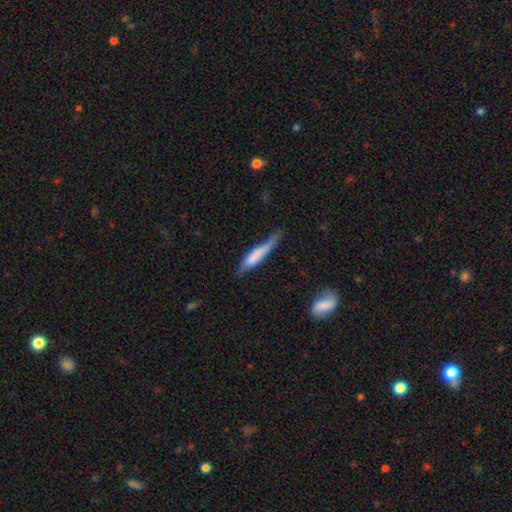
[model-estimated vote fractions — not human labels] Smooth or featured? smooth (65%)
How rounded? cigar-shaped (84%)
Merging? none (44%)